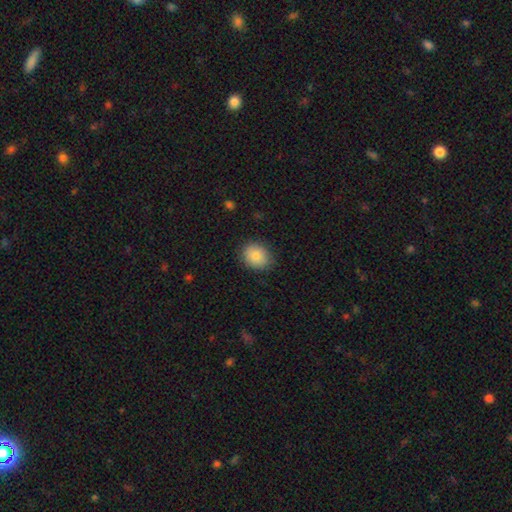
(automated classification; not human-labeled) Morphology: type=smooth (85%); roundness=round (62%); merging=none (84%).